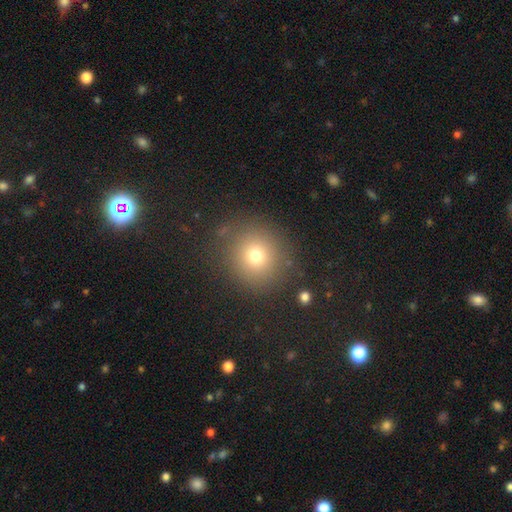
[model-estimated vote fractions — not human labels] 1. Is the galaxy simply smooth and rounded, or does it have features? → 73% smooth, 16% star or artifact, 10% featured or disk.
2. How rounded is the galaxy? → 90% round, 9% in between, 1% cigar-shaped.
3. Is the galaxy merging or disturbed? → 84% none, 9% minor disturbance, 4% major disturbance, 2% merger.